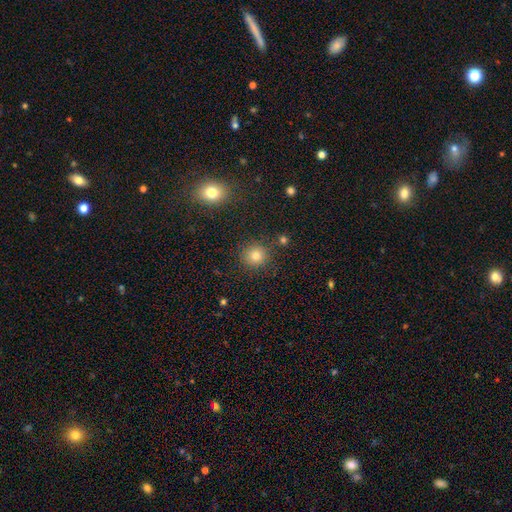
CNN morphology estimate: smooth 79%, star or artifact 14%, featured or disk 7%. Down the decision tree: how rounded — round (91%); merging — none (87%).